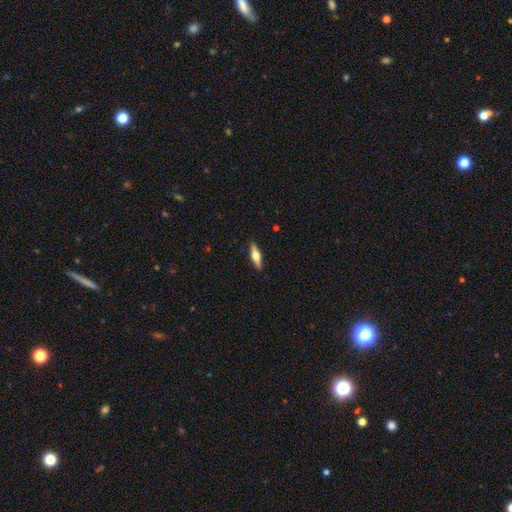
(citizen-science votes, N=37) Smooth or featured?
  - featured or disk: 62% *
  - smooth: 32%
  - star or artifact: 5%
Edge-on disk?
  - yes: 100% *
  - no: 0%
Edge-on bulge?
  - rounded: 100% *
  - boxy: 0%
  - none: 0%
Merging?
  - none: 91% *
  - minor disturbance: 6%
  - major disturbance: 3%
  - merger: 0%